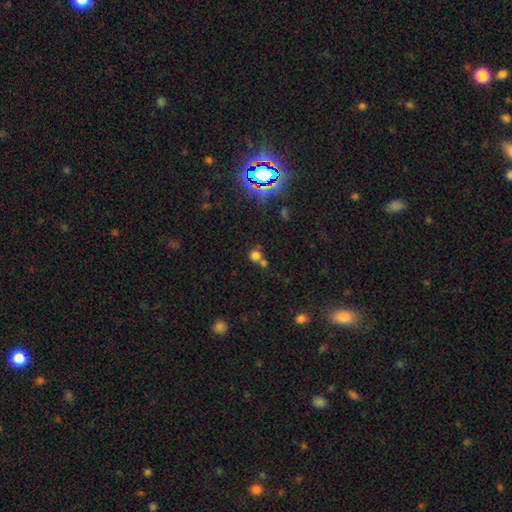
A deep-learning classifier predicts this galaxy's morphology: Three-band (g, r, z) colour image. It shows a smooth galaxy with no disk features (69%) that is round (85%). Merging: none (47%).